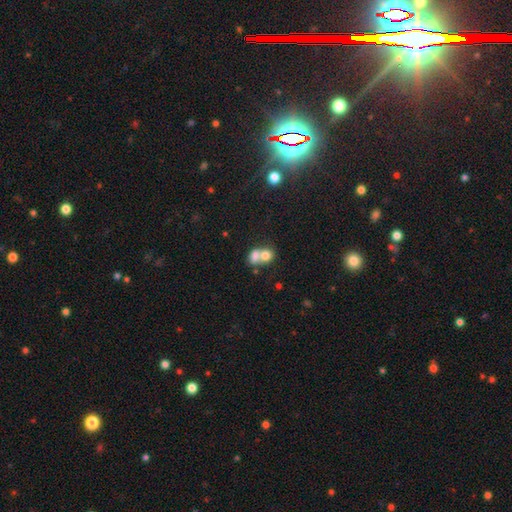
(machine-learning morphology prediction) smooth 71%, featured or disk 19%, star or artifact 10%. Down the decision tree: how rounded — in between (50%); merging — merger (73%).